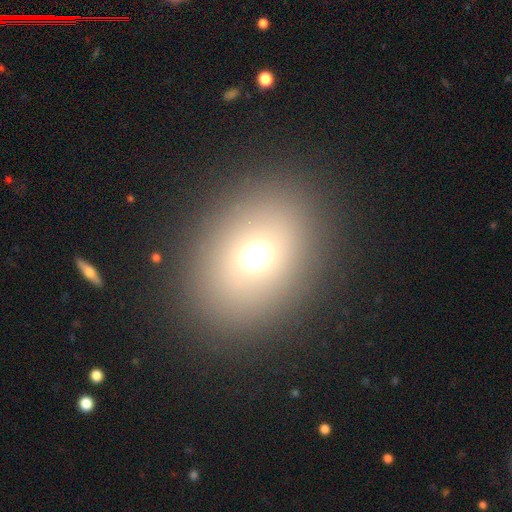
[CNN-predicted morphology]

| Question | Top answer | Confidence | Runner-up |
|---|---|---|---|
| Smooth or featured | smooth | 66% | star or artifact (19%) |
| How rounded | in between | 50% | round (49%) |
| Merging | none | 87% | minor disturbance (7%) |